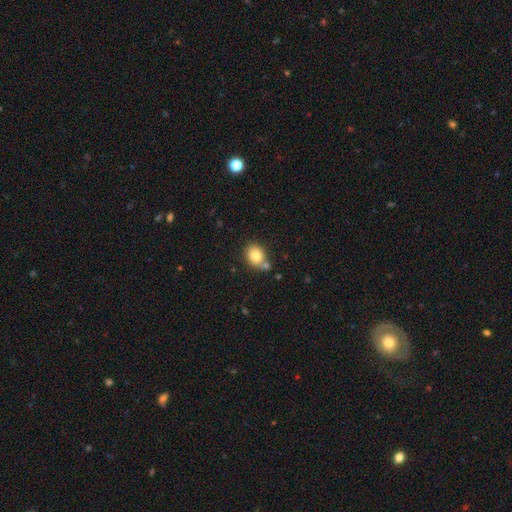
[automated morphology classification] Smooth or featured? Predicted: smooth (p=0.81). How rounded? Predicted: round (p=0.54). Merging? Predicted: none (p=0.66).